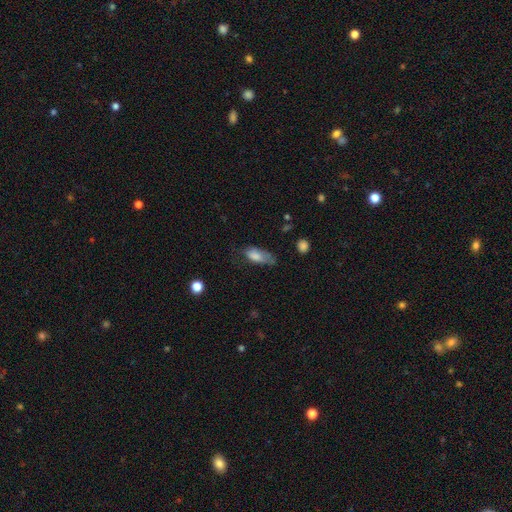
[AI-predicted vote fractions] Smooth or featured: smooth — 76% (featured or disk — 16%)
How rounded: in between — 82% (cigar-shaped — 15%)
Merging: none — 36% (tied with minor disturbance — 36%)